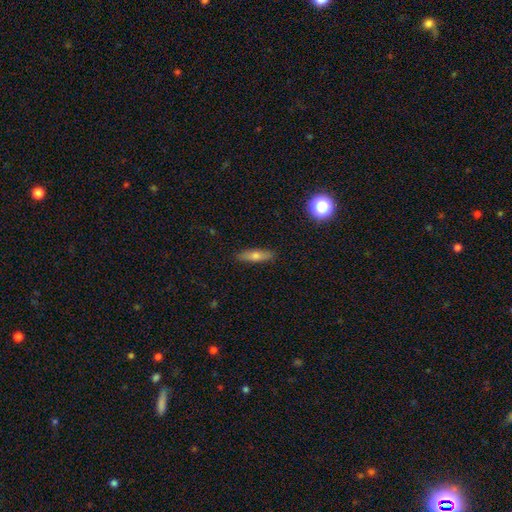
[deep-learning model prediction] smooth_or_featured: smooth (p=0.65) [alt: featured or disk p=0.27]
how_rounded: cigar-shaped (p=0.60) [alt: in between p=0.37]
merging: none (p=0.89) [alt: minor disturbance p=0.08]